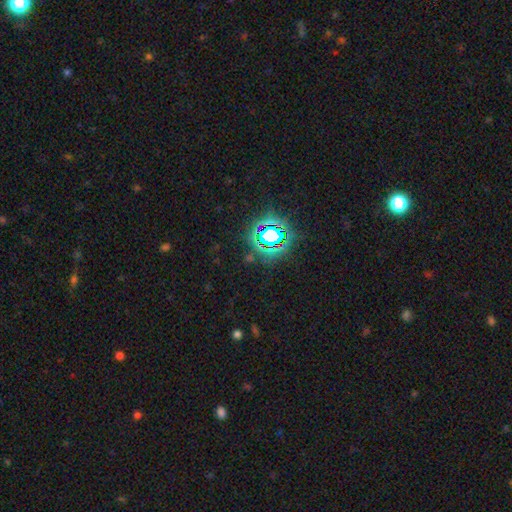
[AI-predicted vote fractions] The model was most divided on "smooth or featured": star or artifact: 80%, smooth: 13%, featured or disk: 7%.